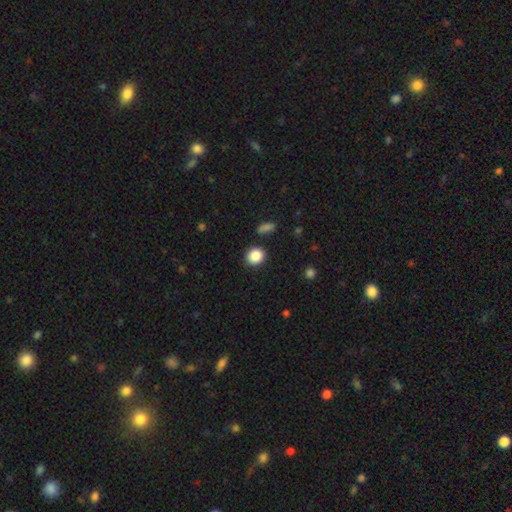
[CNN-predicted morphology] Q: Smooth or featured?
A: smooth (87%); runner-up: star or artifact (9%)
Q: How rounded?
A: round (80%); runner-up: in between (19%)
Q: Merging?
A: none (87%); runner-up: minor disturbance (8%)